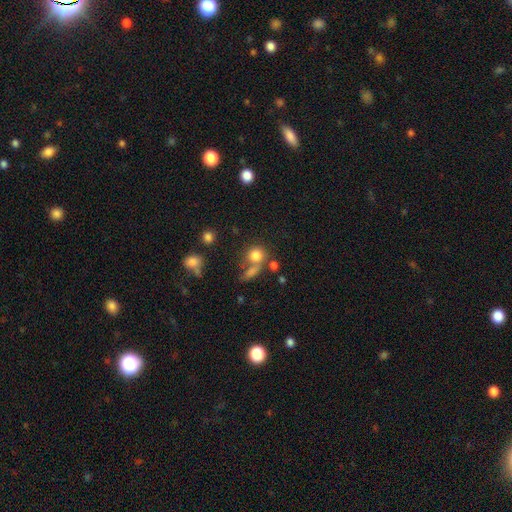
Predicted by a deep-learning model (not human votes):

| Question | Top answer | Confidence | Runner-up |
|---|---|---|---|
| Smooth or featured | smooth | 78% | star or artifact (13%) |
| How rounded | round | 82% | in between (16%) |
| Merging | none | 51% | merger (30%) |